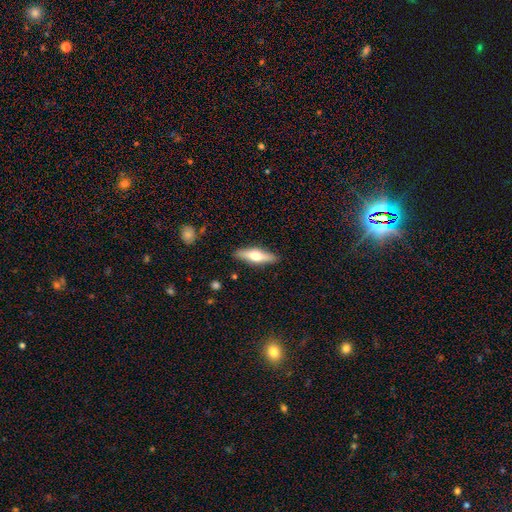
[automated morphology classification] Q: Smooth or featured?
A: smooth (49%); runner-up: featured or disk (45%)
Q: Merging?
A: none (88%); runner-up: minor disturbance (9%)